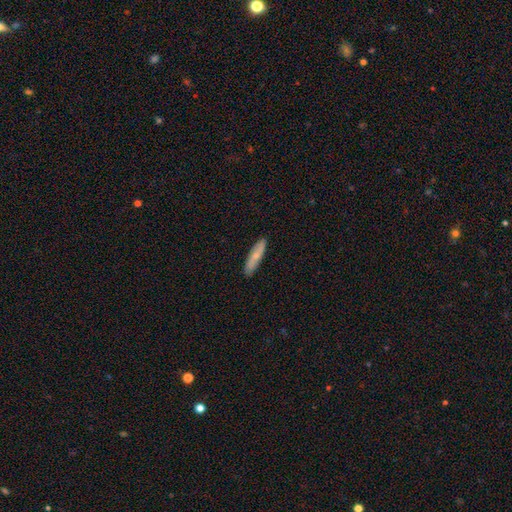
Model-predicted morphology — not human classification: type=smooth (67%); roundness=cigar-shaped (80%); merging=none (88%).